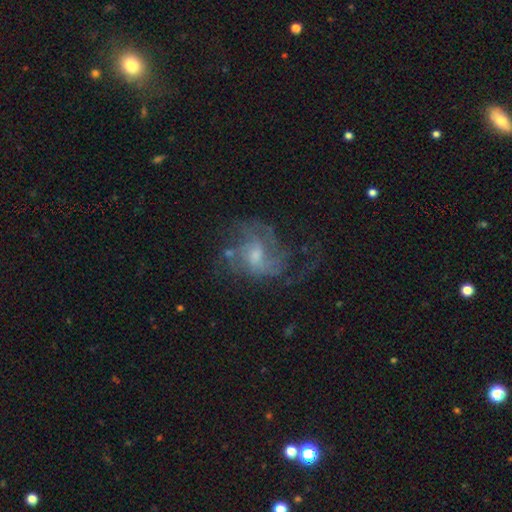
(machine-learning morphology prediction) Overall: featured or disk (74%). Edge-on disk: no (98%). Bar: no (53%; weak 41%). Spiral arms: yes (82%). Spiral arm count: can't tell (35%; 2 25%). Spiral winding: medium (44%; loose 33%). Bulge size: small (46%; moderate 41%). Merging: none (42%; major disturbance 35%).